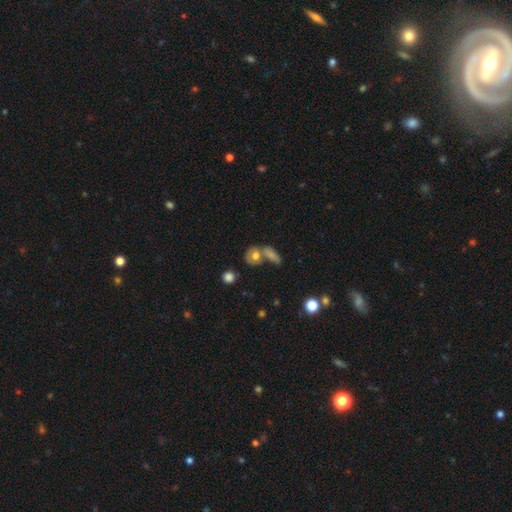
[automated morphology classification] Smooth or featured? Predicted: smooth (p=0.71). How rounded? Predicted: round (p=0.55). Merging? Predicted: none (p=0.41).